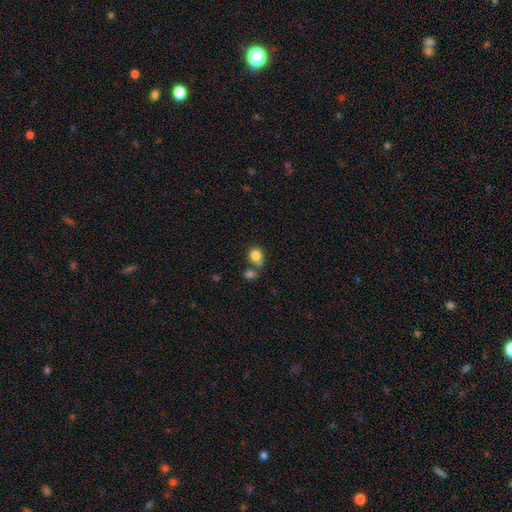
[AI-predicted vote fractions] This is clearly a smooth galaxy (83%). How rounded: possibly round (51%). Merging: possibly none (48%).